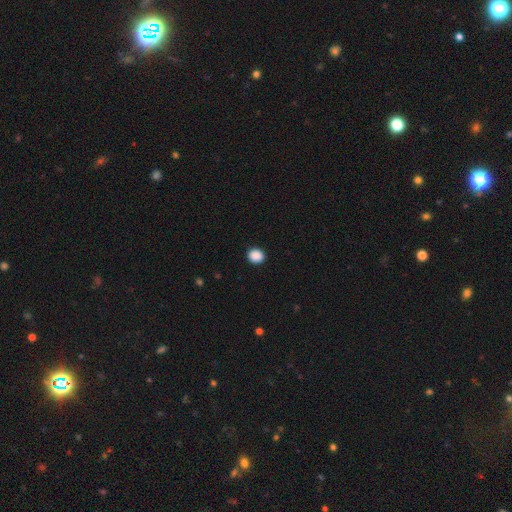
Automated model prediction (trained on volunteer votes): smooth 89%, star or artifact 9%, featured or disk 2%. Down the decision tree: how rounded — round (78%); merging — none (92%).